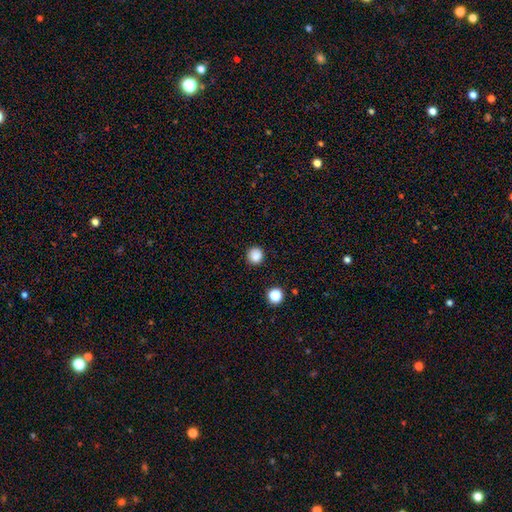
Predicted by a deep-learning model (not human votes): The model was most divided on "smooth or featured": smooth: 86%, star or artifact: 11%, featured or disk: 3%. More confident: how rounded — round (93%); merging — none (90%).